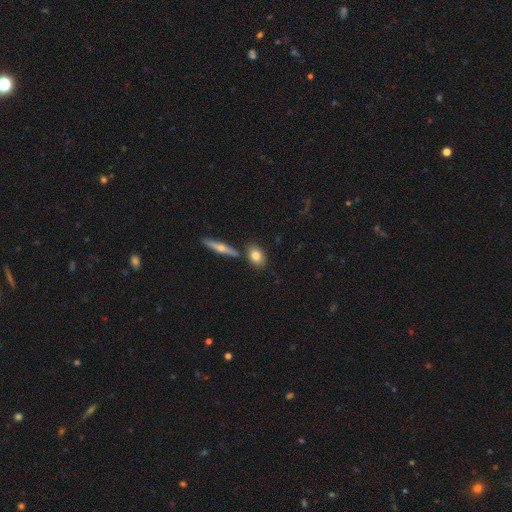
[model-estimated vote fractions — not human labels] This appears to be a smooth galaxy with no disk features (77%) that is in between round and cigar-shaped (70%). Merging: none (75%).